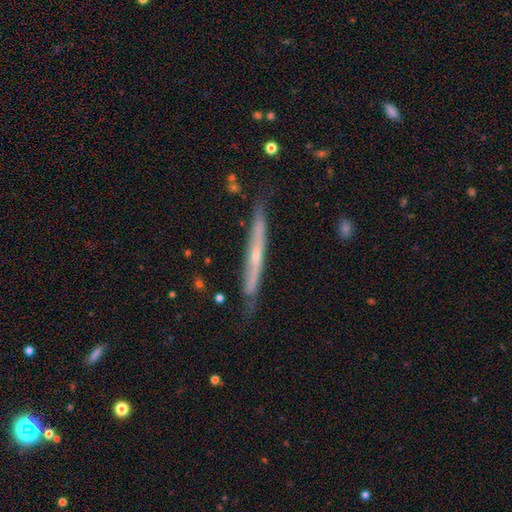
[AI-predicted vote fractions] A featured or disk galaxy (69%) viewed edge-on (94%) with a rounded central bulge (59%). Merging: none (78%).